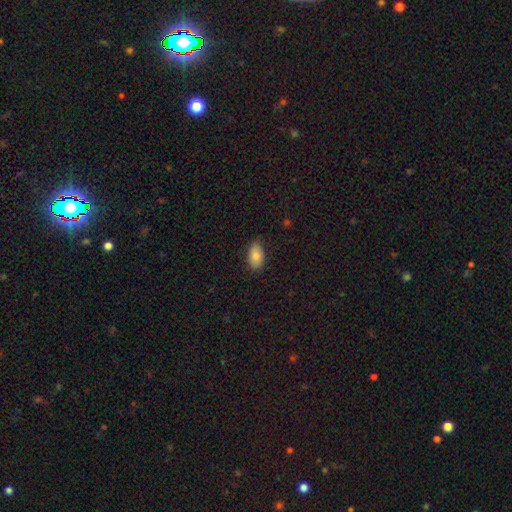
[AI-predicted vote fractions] A smooth galaxy with no disk features (83%) that is in between round and cigar-shaped (93%). Merging: none (85%).